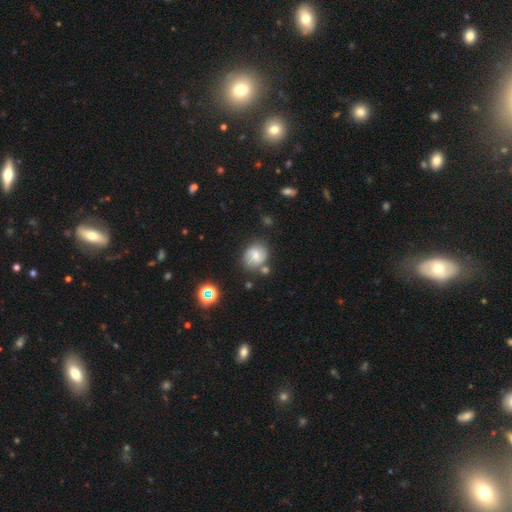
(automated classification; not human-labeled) smooth 52%, featured or disk 37%, star or artifact 11%. Down the decision tree: how rounded — round (64%); merging — none (69%).